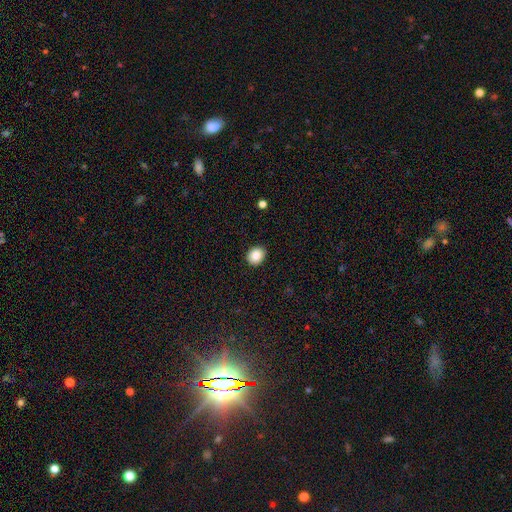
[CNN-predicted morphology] Smooth or featured? Predicted: smooth (p=0.86). How rounded? Predicted: round (p=0.57). Merging? Predicted: none (p=0.91).